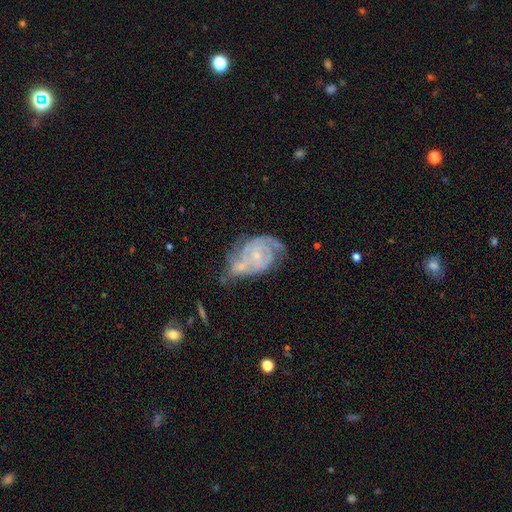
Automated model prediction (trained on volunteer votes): smooth_or_featured: featured or disk (p=0.84) [alt: smooth p=0.10]
disk_edge_on: no (p=0.97) [alt: yes p=0.03]
bar: no (p=0.66) [alt: weak p=0.28]
has_spiral_arms: yes (p=0.93) [alt: no p=0.07]
spiral_winding: tight (p=0.60) [alt: medium p=0.32]
spiral_arm_count: 2 (p=0.39) [alt: can't tell p=0.26]
bulge_size: small (p=0.75) [alt: moderate p=0.17]
merging: none (p=0.41) [alt: minor disturbance p=0.25]